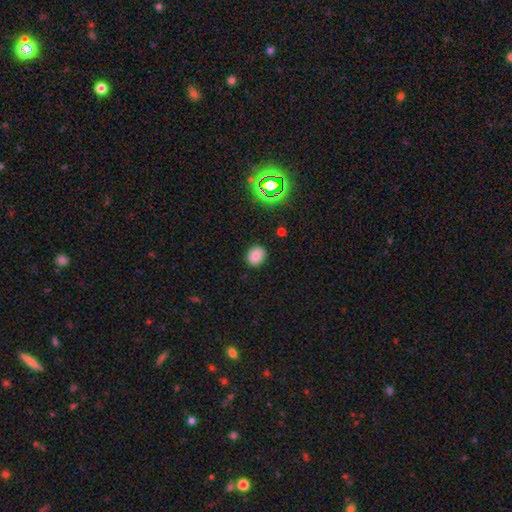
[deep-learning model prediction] This is clearly a smooth galaxy (81%). How rounded: possibly round (60%). Merging: clearly none (88%).